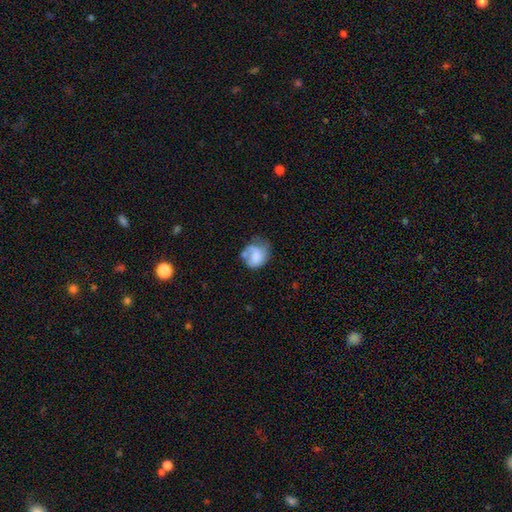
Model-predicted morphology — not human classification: smooth_or_featured: smooth (p=0.54) [alt: featured or disk p=0.37]
how_rounded: round (p=0.60) [alt: in between p=0.40]
merging: none (p=0.35) [alt: minor disturbance p=0.28]